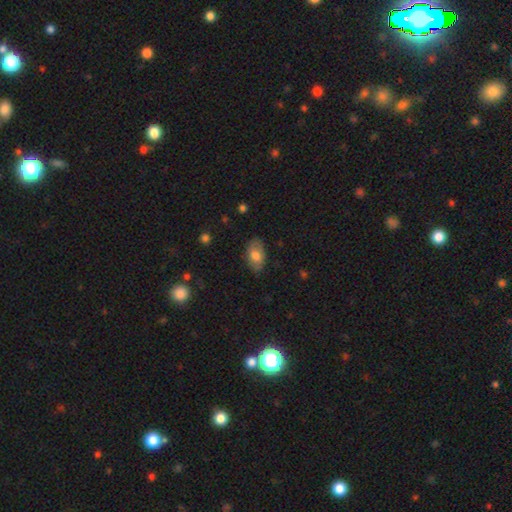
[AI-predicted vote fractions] Overall: smooth (71%). How rounded: in between (92%). Merging: none (79%).